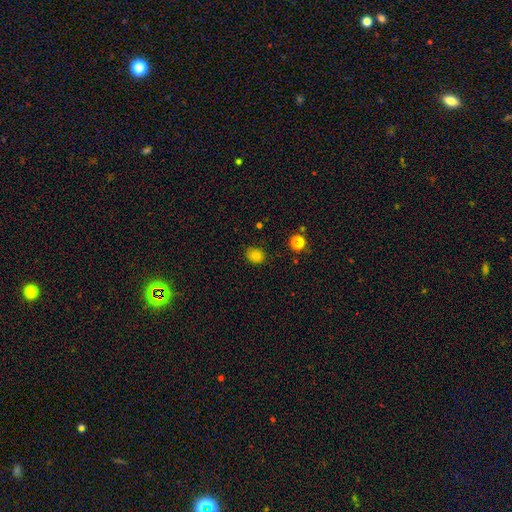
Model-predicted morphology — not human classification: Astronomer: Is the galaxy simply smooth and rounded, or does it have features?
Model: smooth — 79%.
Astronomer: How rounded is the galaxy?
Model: round — 68%.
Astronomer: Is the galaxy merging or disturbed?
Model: none — 84%.